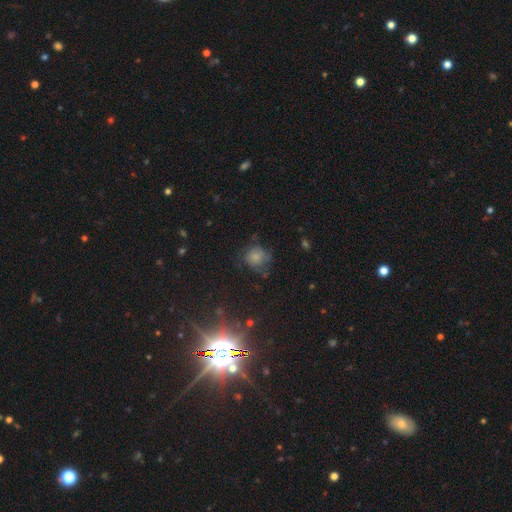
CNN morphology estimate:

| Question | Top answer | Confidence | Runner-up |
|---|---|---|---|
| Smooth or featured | smooth | 63% | featured or disk (20%) |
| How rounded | round | 78% | in between (21%) |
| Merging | none | 52% | minor disturbance (27%) |